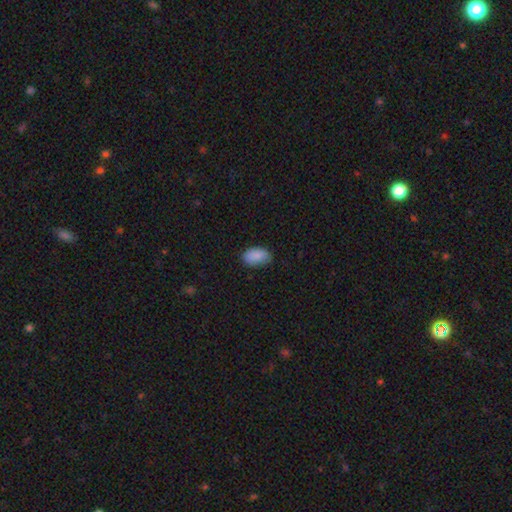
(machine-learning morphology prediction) smooth_or_featured: smooth (p=0.89) [alt: star or artifact p=0.07]
how_rounded: in between (p=0.92) [alt: round p=0.07]
merging: none (p=0.79) [alt: minor disturbance p=0.17]